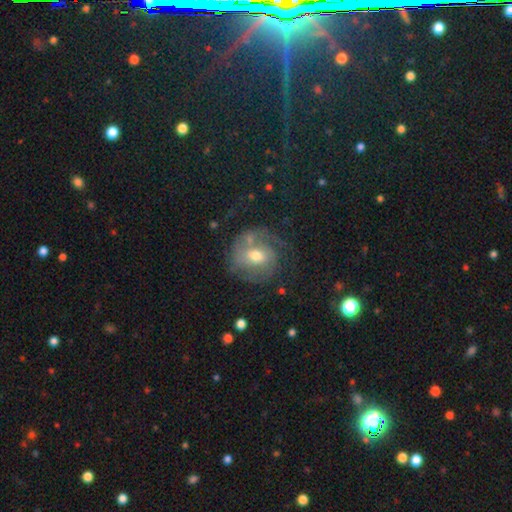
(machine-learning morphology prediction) Overall: featured or disk (69%). Edge-on disk: no (97%). Bar: no (48%; weak 41%). Spiral arms: yes (87%). Spiral arm count: 2 (39%; can't tell 29%). Spiral winding: tight (51%; medium 35%). Bulge size: moderate (64%; small 30%). Merging: none (61%).